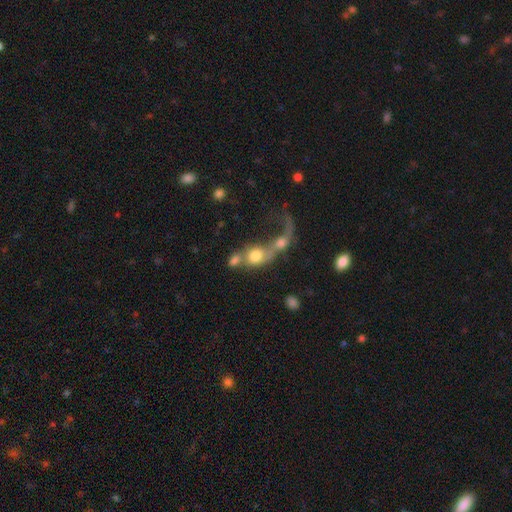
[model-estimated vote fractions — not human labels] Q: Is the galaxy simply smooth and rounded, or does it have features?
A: smooth — 60%.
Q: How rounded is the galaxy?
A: round — 54%.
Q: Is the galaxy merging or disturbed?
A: merger — 76%.